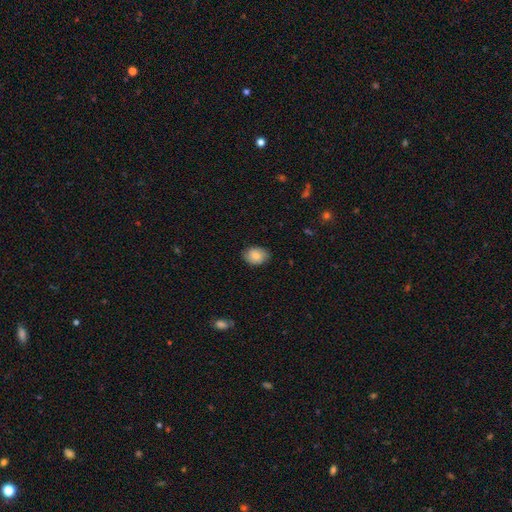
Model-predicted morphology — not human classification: smooth 83%, featured or disk 10%, star or artifact 7%. Down the decision tree: how rounded — in between (69%); merging — none (83%).